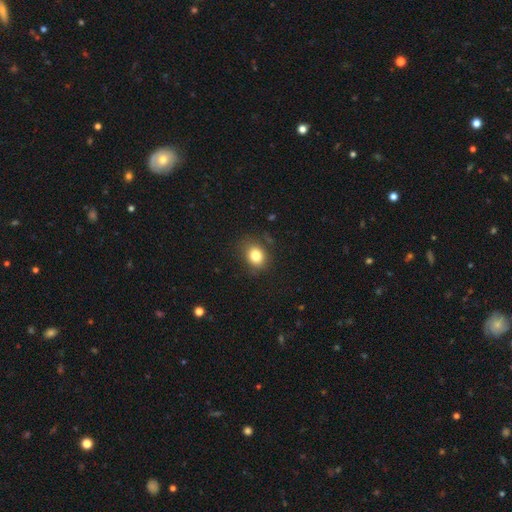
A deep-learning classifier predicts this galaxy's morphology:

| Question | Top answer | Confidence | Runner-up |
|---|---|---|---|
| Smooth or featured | smooth | 82% | star or artifact (11%) |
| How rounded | round | 50% | in between (49%) |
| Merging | none | 79% | minor disturbance (15%) |